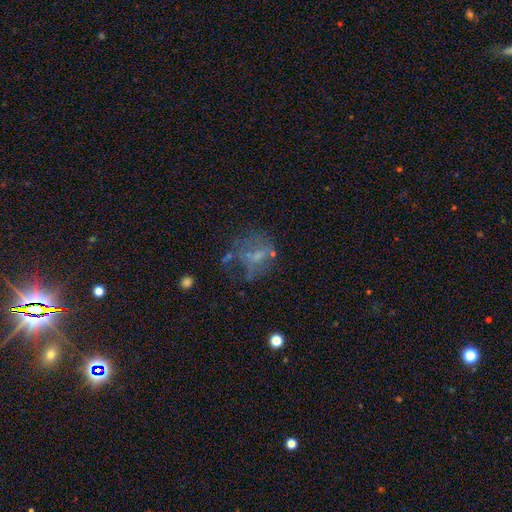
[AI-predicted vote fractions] smooth-or-featured: featured or disk: 46% | smooth: 34% | star or artifact: 19%
  merging: none: 38% | major disturbance: 35% | minor disturbance: 19% | merger: 8%